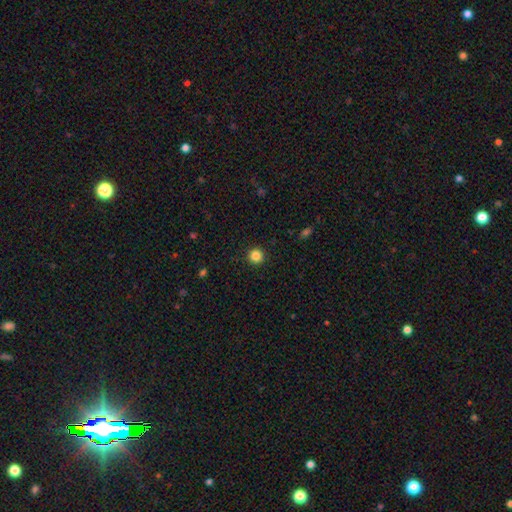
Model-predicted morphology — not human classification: The model was most divided on "smooth or featured": smooth: 85%, star or artifact: 12%, featured or disk: 4%. More confident: how rounded — round (95%); merging — none (93%).